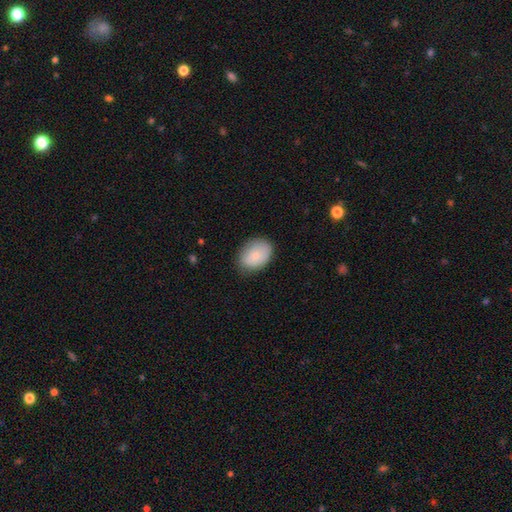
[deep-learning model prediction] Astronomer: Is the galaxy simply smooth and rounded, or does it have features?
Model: smooth — 84%.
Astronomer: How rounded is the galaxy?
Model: in between — 76%.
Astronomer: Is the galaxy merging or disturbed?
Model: none — 76%.